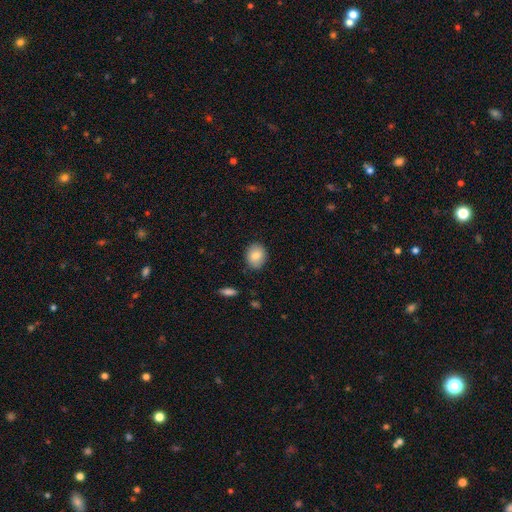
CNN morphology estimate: Smooth or featured? Predicted: smooth (p=0.82). How rounded? Predicted: round (p=0.51). Merging? Predicted: none (p=0.87).